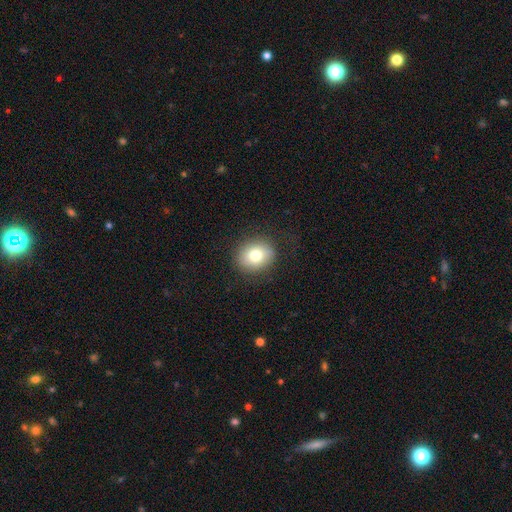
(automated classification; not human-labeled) This is likely a smooth galaxy (78%). How rounded: likely round (62%). Merging: clearly none (84%).